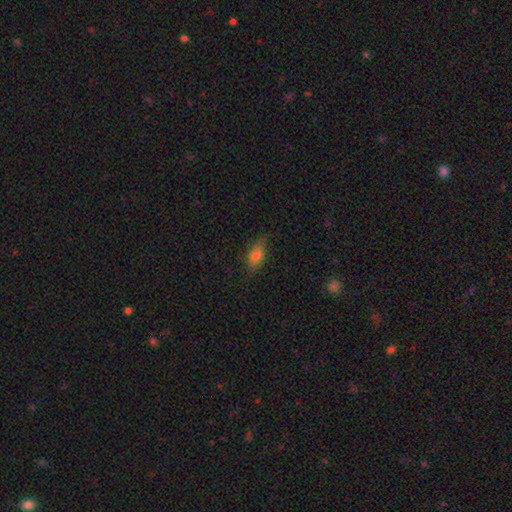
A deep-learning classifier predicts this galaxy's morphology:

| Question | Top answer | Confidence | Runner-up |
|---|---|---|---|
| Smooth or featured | smooth | 64% | featured or disk (24%) |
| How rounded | in between | 76% | cigar-shaped (19%) |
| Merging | none | 66% | minor disturbance (25%) |